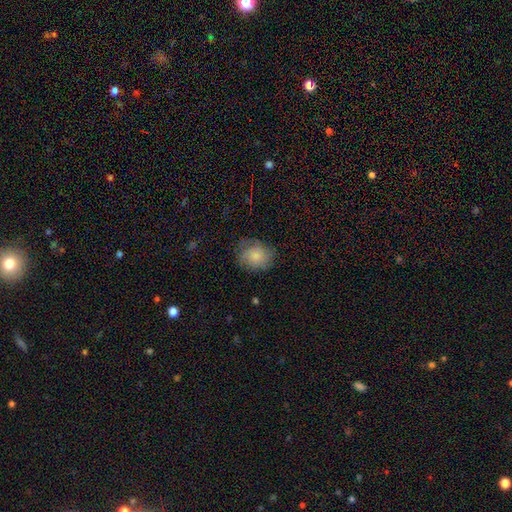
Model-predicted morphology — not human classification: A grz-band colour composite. It shows a smooth galaxy with no disk features (76%) that is round (61%). Merging: none (67%).